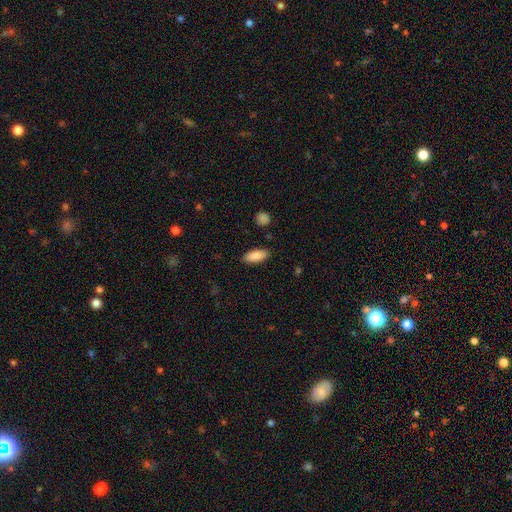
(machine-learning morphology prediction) smooth-or-featured: smooth: 87% | featured or disk: 6% | star or artifact: 6%
  how-rounded: in between: 78% | cigar-shaped: 20% | round: 2%
  merging: none: 87% | minor disturbance: 9% | major disturbance: 2% | merger: 2%